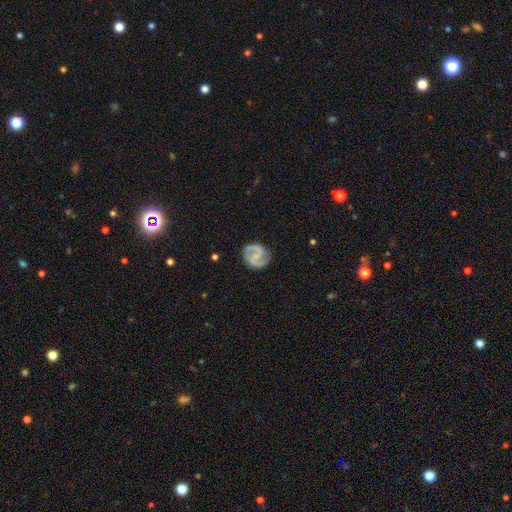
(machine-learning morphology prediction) A featured or disk galaxy (83%) with a weak bar (43%), 2 (91%) medium (54%) spiral arms (96%) and no central bulge (44%). Merging: none (82%).